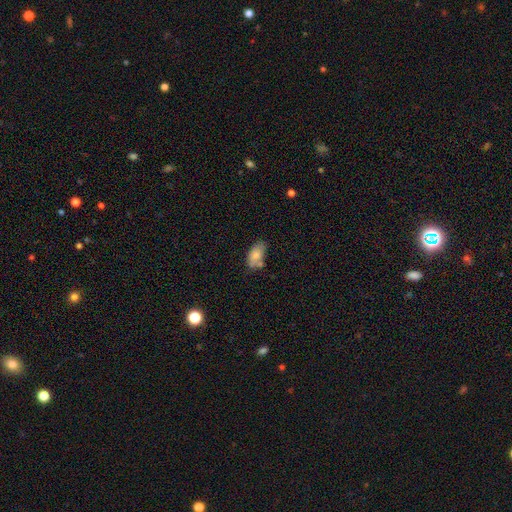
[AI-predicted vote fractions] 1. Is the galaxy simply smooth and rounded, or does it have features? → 78% smooth, 14% featured or disk, 8% star or artifact.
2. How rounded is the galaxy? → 92% in between, 4% round, 3% cigar-shaped.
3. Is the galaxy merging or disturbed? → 54% none, 24% minor disturbance, 15% merger, 7% major disturbance.